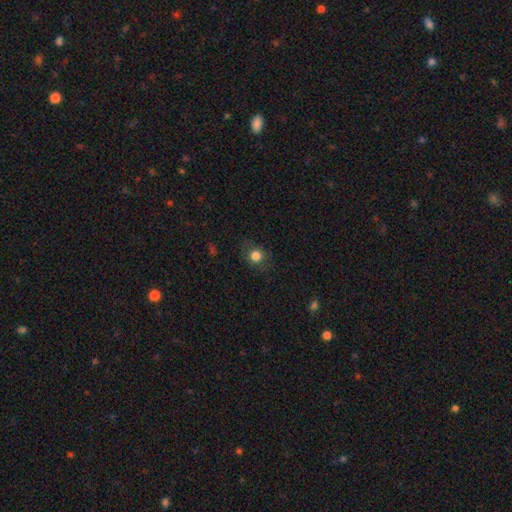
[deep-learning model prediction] This is likely a smooth galaxy (79%). How rounded: clearly round (81%). Merging: clearly none (82%).